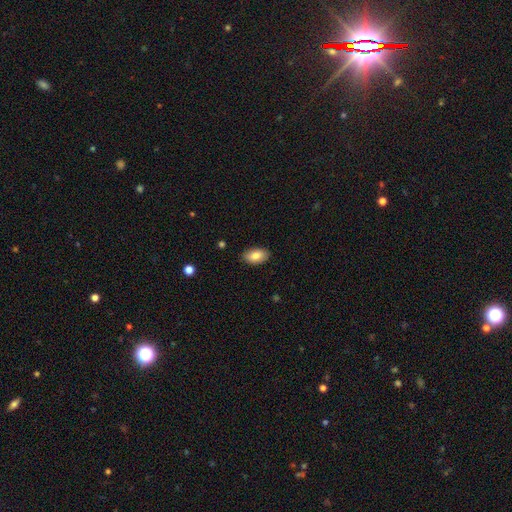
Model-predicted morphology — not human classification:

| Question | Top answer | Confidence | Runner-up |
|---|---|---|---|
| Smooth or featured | smooth | 82% | featured or disk (11%) |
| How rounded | in between | 93% | round (6%) |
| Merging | none | 87% | minor disturbance (10%) |